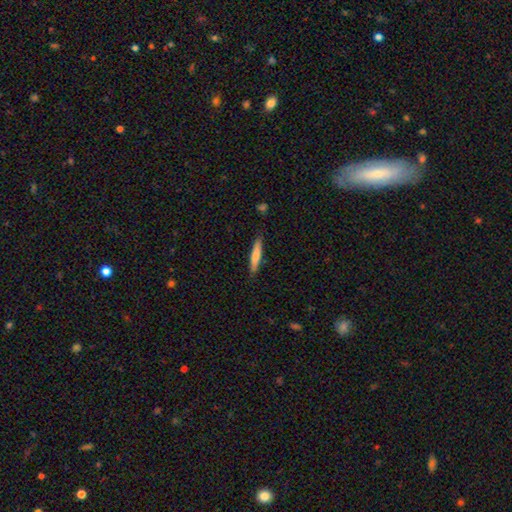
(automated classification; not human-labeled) smooth_or_featured: smooth (p=0.74) [alt: featured or disk p=0.20]
how_rounded: cigar-shaped (p=0.90) [alt: in between p=0.08]
merging: none (p=0.86) [alt: minor disturbance p=0.10]